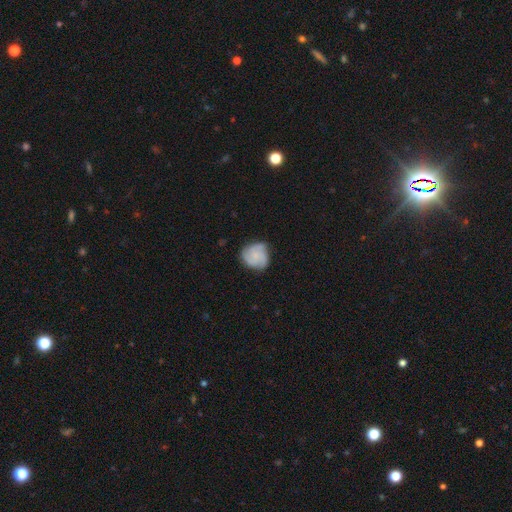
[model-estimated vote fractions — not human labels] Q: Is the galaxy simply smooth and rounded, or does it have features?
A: featured or disk — 47%.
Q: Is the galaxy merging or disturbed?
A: none — 66%.